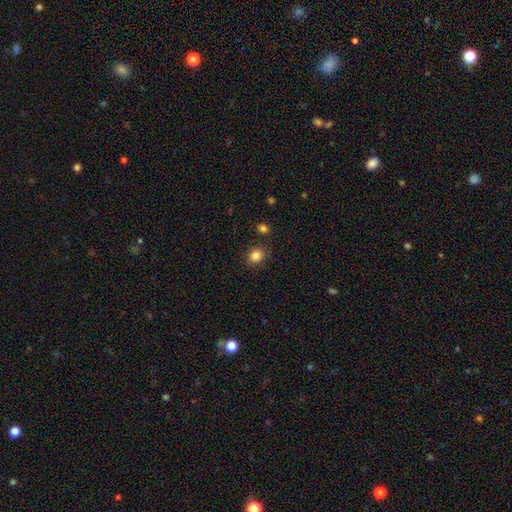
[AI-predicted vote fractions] smooth 84%, star or artifact 11%, featured or disk 5%. Down the decision tree: how rounded — round (64%); merging — none (85%).